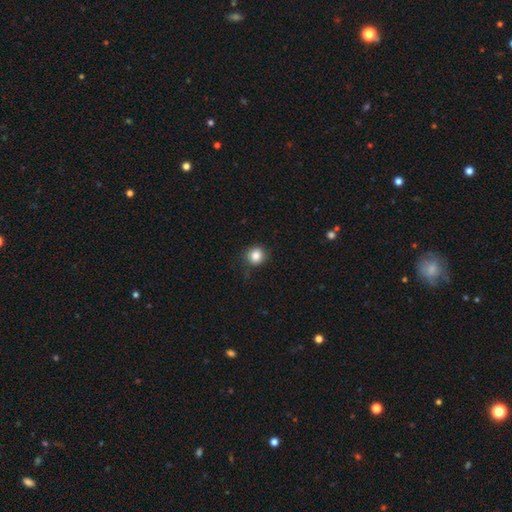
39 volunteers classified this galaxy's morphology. smooth_or_featured: smooth (p=0.87) [alt: star or artifact p=0.10]
how_rounded: round (p=0.79) [alt: in between p=0.21]
merging: none (p=0.57) [alt: minor disturbance p=0.37]